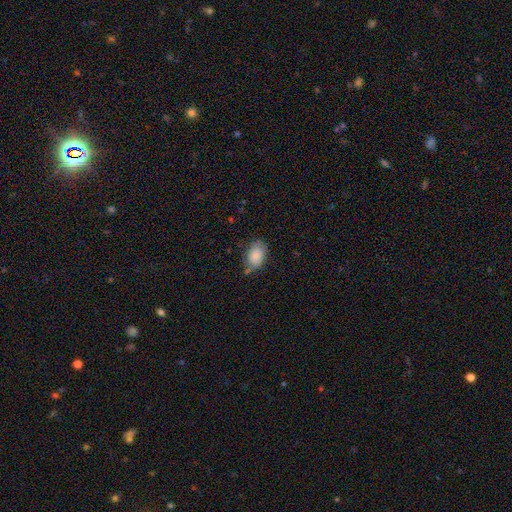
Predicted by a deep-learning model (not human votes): smooth-or-featured: smooth: 82% | featured or disk: 11% | star or artifact: 7%
  how-rounded: in between: 88% | round: 10% | cigar-shaped: 1%
  merging: none: 57% | minor disturbance: 31% | major disturbance: 7% | merger: 4%